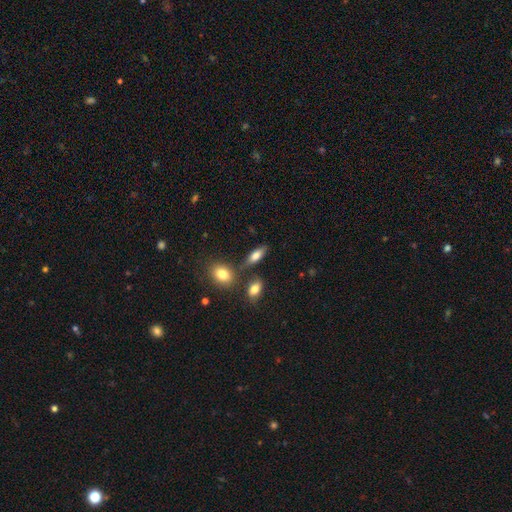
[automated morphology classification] type=smooth (71%); roundness=in between (70%); merging=none (72%).